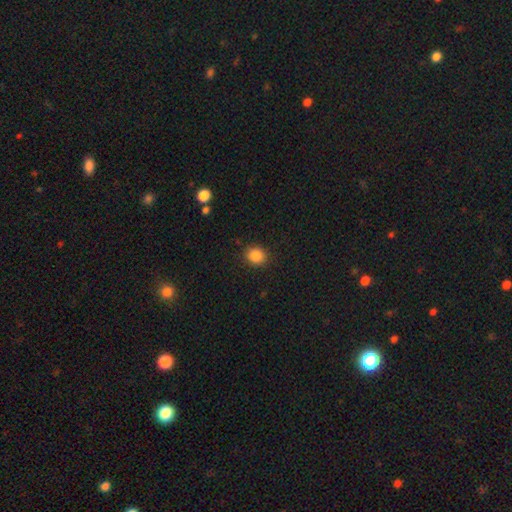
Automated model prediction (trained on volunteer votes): Smooth or featured? Predicted: smooth (p=0.86). How rounded? Predicted: round (p=0.77). Merging? Predicted: none (p=0.89).